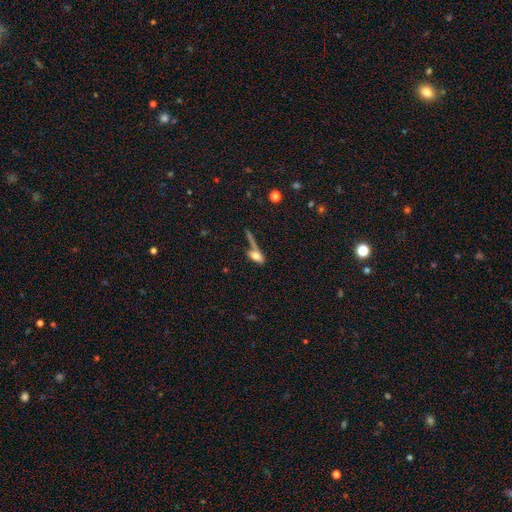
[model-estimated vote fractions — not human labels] smooth-or-featured: smooth: 62% | featured or disk: 27% | star or artifact: 11%
  how-rounded: in between: 67% | cigar-shaped: 26% | round: 6%
  merging: none: 40% | merger: 29% | minor disturbance: 17% | major disturbance: 15%